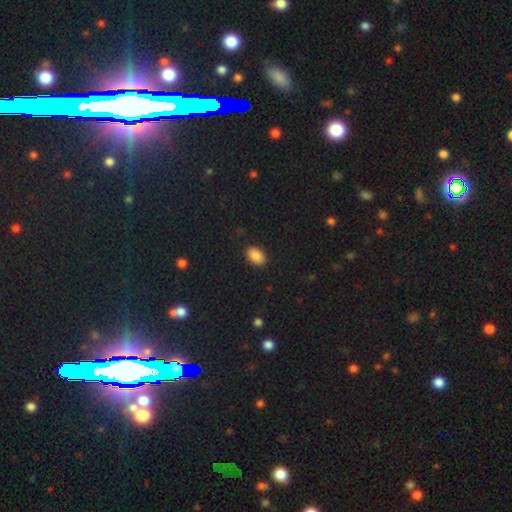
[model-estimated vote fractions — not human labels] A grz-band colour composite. It shows a smooth galaxy with no disk features (87%) that is in between round and cigar-shaped (90%). Merging: none (89%).